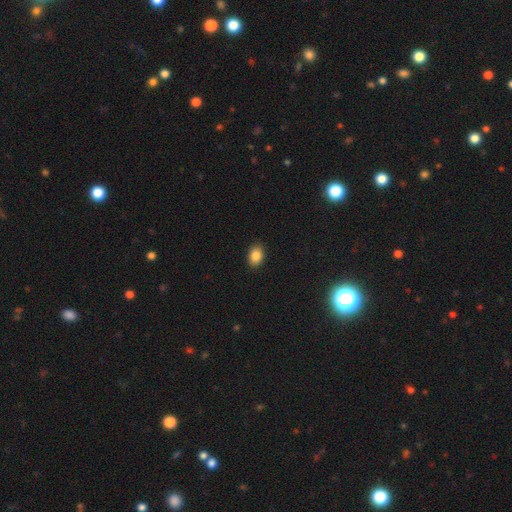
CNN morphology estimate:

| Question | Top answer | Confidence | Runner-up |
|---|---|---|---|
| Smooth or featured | smooth | 86% | star or artifact (9%) |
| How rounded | in between | 78% | round (21%) |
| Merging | none | 90% | minor disturbance (8%) |